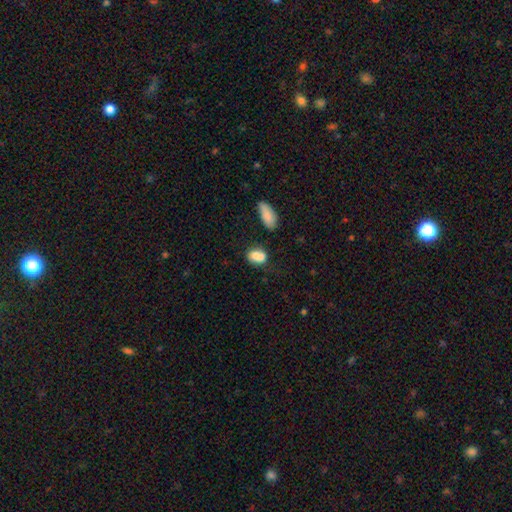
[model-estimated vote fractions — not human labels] A smooth galaxy with no disk features (76%) that is in between round and cigar-shaped (68%).

Vote fractions:
- Smooth or featured? smooth: 76% / featured or disk: 14% / star or artifact: 9%
- How rounded? in between: 68% / round: 30% / cigar-shaped: 2%
- Merging? none: 41% / merger: 35% / minor disturbance: 18% / major disturbance: 6%